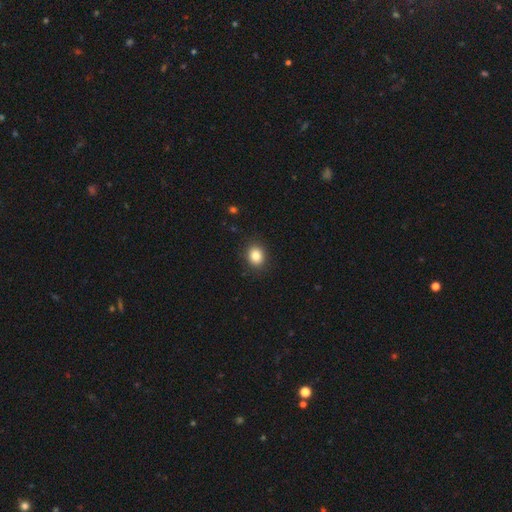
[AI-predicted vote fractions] Smooth or featured? smooth (84%)
How rounded? round (68%)
Merging? none (89%)